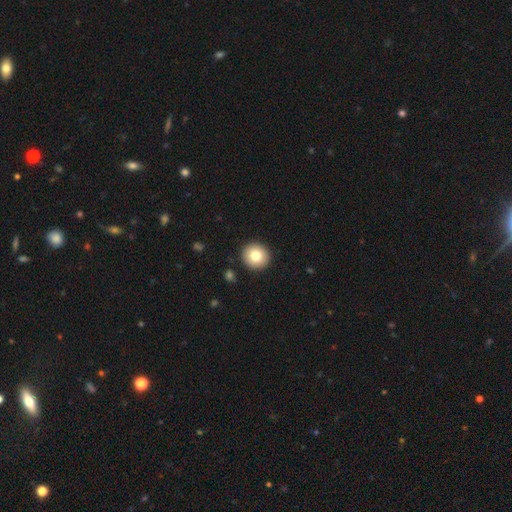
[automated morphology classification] Smooth or featured? smooth (79%)
How rounded? round (93%)
Merging? none (92%)